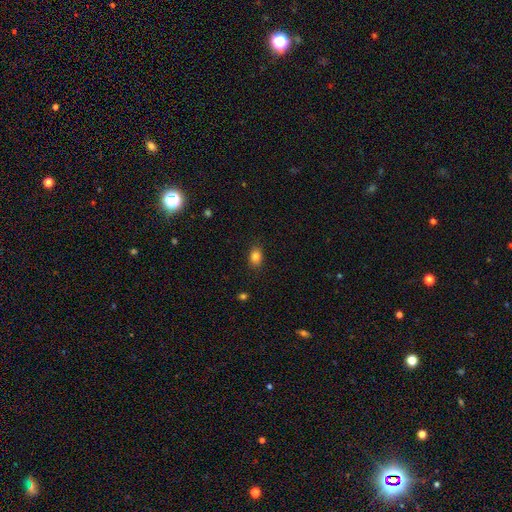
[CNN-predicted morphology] A smooth galaxy with no disk features (84%) that is in between round and cigar-shaped (72%).

Vote fractions:
- Smooth or featured? smooth: 84% / star or artifact: 11% / featured or disk: 6%
- How rounded? in between: 72% / round: 27% / cigar-shaped: 1%
- Merging? none: 86% / minor disturbance: 11% / major disturbance: 3% / merger: 1%